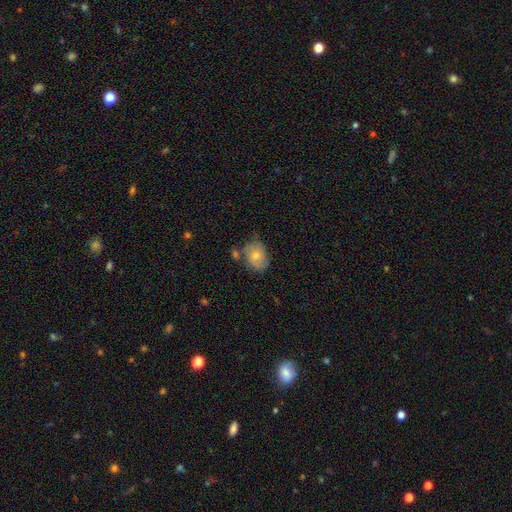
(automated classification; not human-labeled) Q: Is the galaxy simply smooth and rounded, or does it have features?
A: smooth — 58%.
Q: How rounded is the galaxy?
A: in between — 62%.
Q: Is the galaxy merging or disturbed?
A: none — 57%.